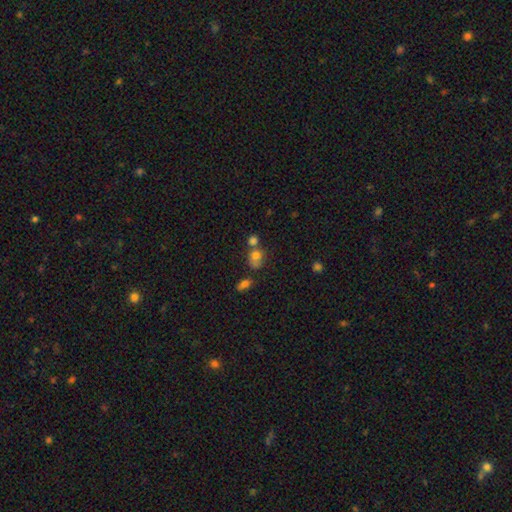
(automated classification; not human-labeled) Smooth or featured: smooth — 75% (star or artifact — 13%)
How rounded: round — 60% (in between — 39%)
Merging: none — 41% (merger — 39%)